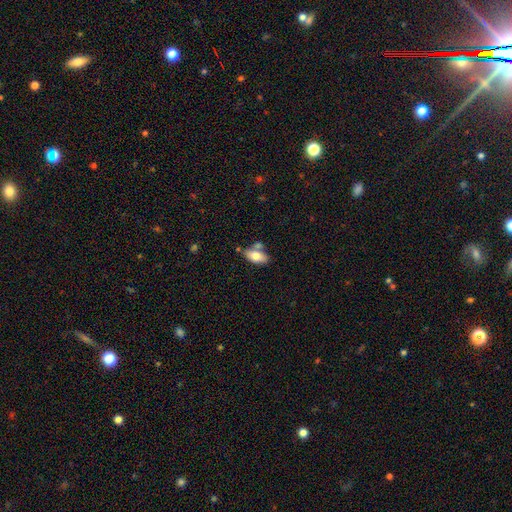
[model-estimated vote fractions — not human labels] Smooth or featured? Predicted: smooth (p=0.74). How rounded? Predicted: in between (p=0.91). Merging? Predicted: none (p=0.60).